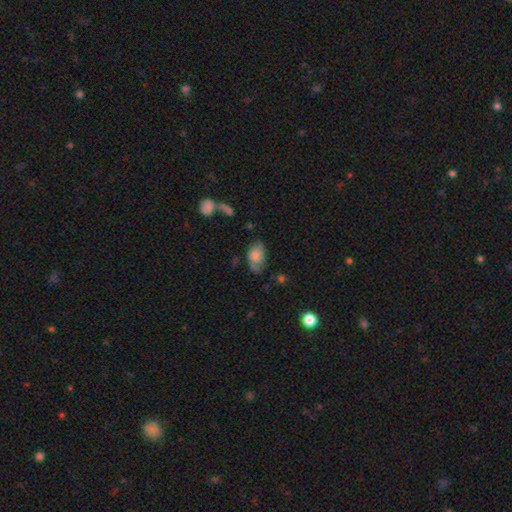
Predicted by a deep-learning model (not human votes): smooth_or_featured: smooth (p=0.66) [alt: featured or disk p=0.25]
how_rounded: in between (p=0.90) [alt: round p=0.08]
merging: none (p=0.56) [alt: minor disturbance p=0.29]